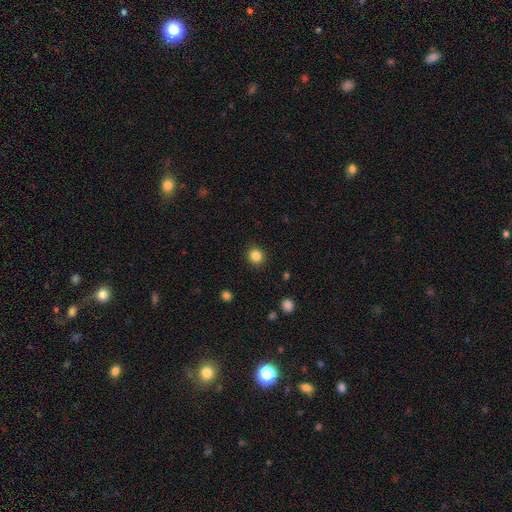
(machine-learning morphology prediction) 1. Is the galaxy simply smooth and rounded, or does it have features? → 85% smooth, 11% star or artifact, 4% featured or disk.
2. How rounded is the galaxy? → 90% round, 9% in between, 1% cigar-shaped.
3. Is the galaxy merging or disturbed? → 91% none, 6% minor disturbance, 2% major disturbance, 1% merger.